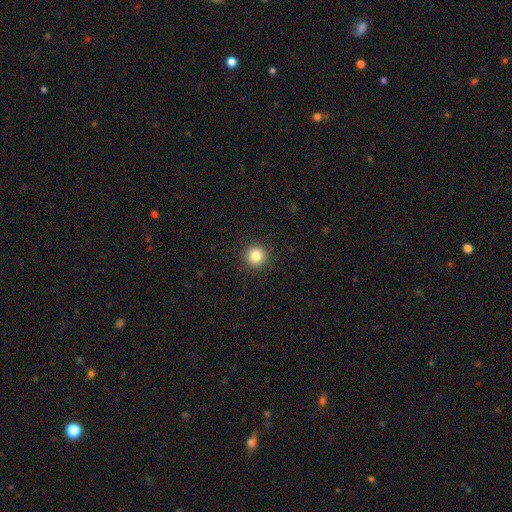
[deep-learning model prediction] Smooth or featured? Predicted: smooth (p=0.84). How rounded? Predicted: round (p=0.95). Merging? Predicted: none (p=0.92).